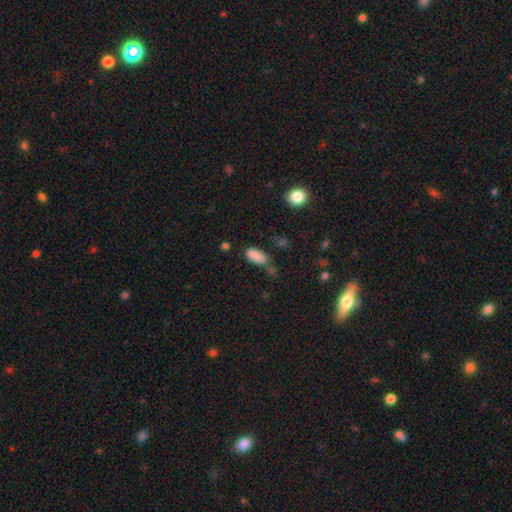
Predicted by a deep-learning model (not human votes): smooth 86%, star or artifact 9%, featured or disk 5%. Down the decision tree: how rounded — in between (88%); merging — none (53%).